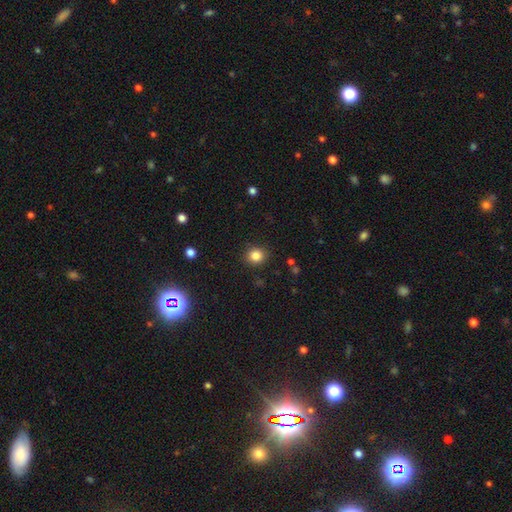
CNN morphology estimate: This appears to be a smooth galaxy with no disk features (83%) that is round (85%). Merging: none (89%).